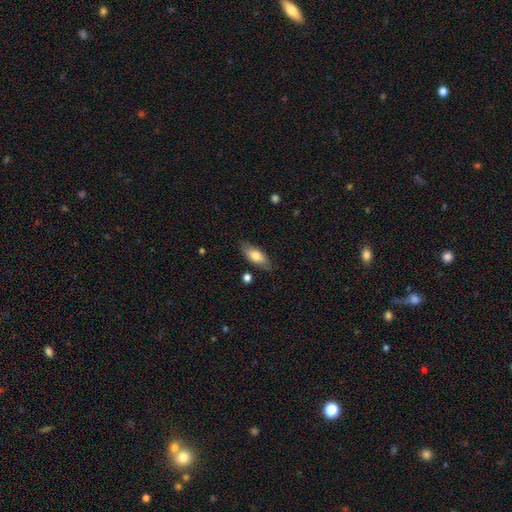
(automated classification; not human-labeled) The model was most divided on "smooth or featured": smooth: 71%, featured or disk: 22%, star or artifact: 6%. More confident: merging — none (81%); how rounded — in between (80%).